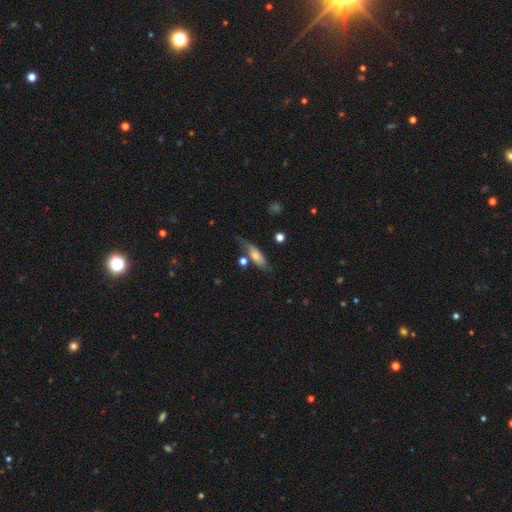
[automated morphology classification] Q: Smooth or featured?
A: smooth (62%); runner-up: featured or disk (31%)
Q: How rounded?
A: in between (62%); runner-up: cigar-shaped (34%)
Q: Merging?
A: none (50%); runner-up: minor disturbance (27%)